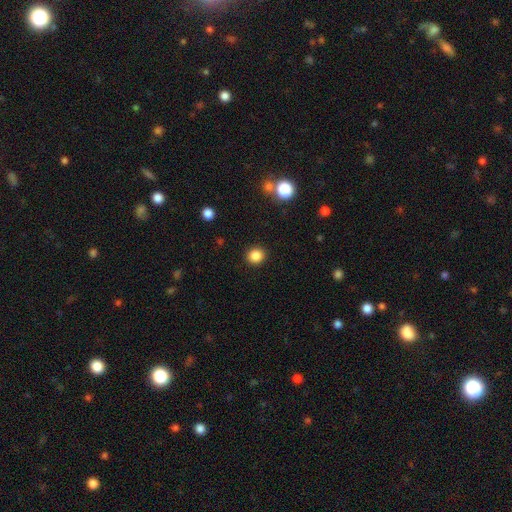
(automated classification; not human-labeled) This is clearly a smooth galaxy (85%). How rounded: clearly round (86%). Merging: clearly none (91%).